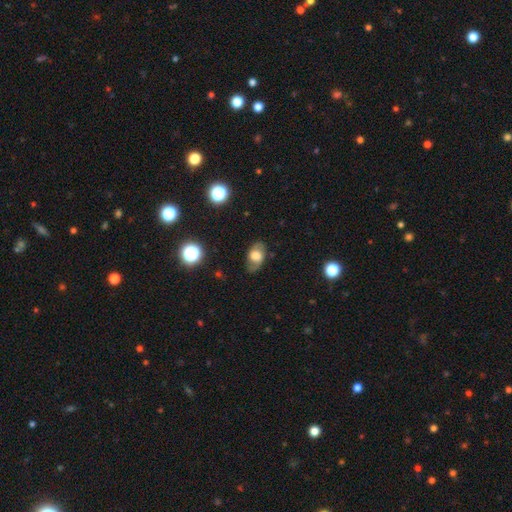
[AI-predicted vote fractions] Smooth or featured?
  - smooth: 47% *
  - featured or disk: 42%
  - star or artifact: 10%
Merging?
  - none: 73% *
  - minor disturbance: 19%
  - major disturbance: 7%
  - merger: 1%